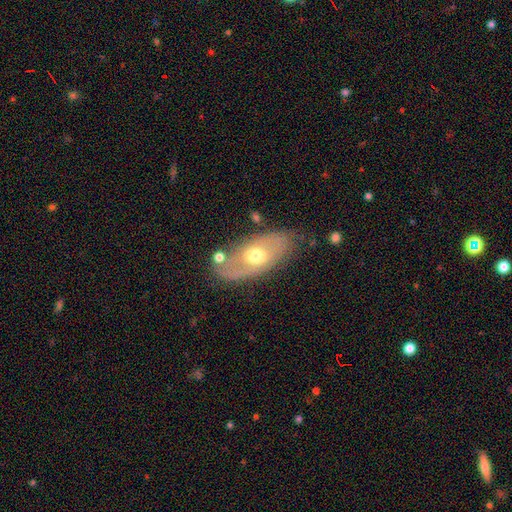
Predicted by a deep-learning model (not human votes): Smooth or featured? Predicted: featured or disk (p=0.54). Edge-on disk? Predicted: no (p=0.83). Merging? Predicted: none (p=0.69).